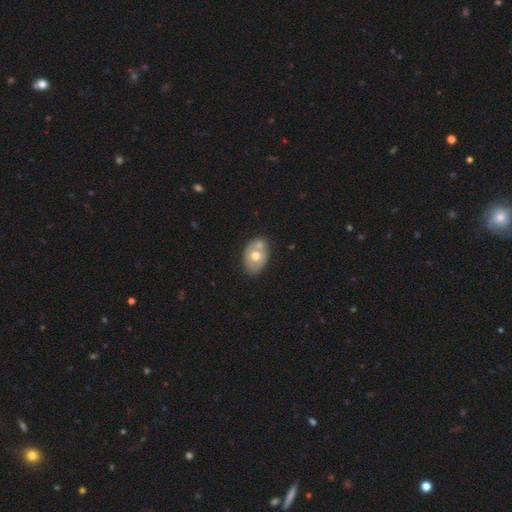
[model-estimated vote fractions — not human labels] This appears to be a smooth galaxy with no disk features (62%) that is in between round and cigar-shaped (79%). Merging: none (54%).